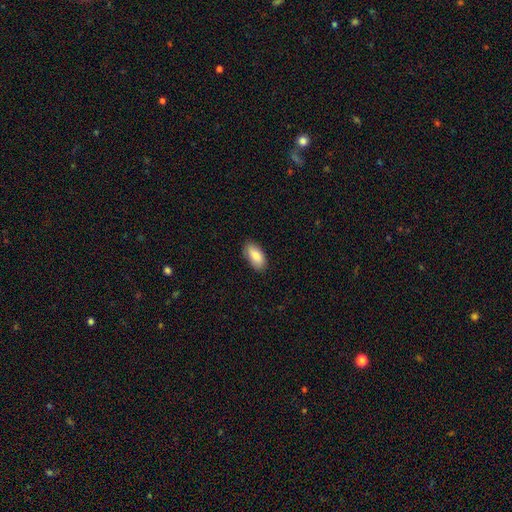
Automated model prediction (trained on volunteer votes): This appears to be a smooth galaxy with no disk features (84%) that is in between round and cigar-shaped (92%). Merging: none (84%).